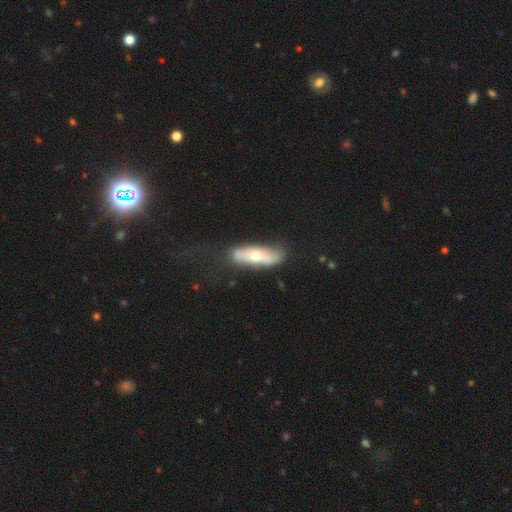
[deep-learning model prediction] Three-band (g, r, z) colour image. It shows a featured or disk galaxy (53%). Merging: none (64%).